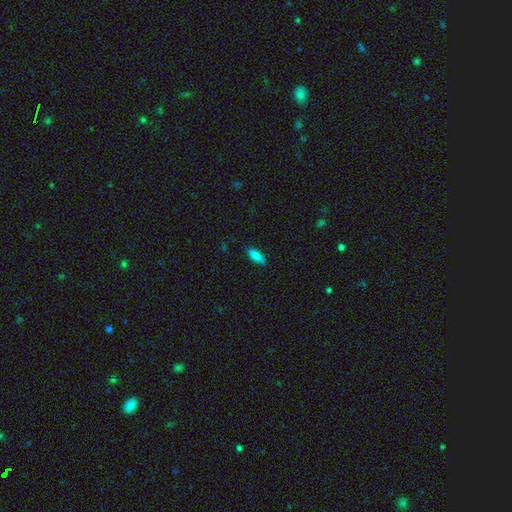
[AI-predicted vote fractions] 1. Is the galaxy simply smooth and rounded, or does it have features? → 84% smooth, 8% star or artifact, 8% featured or disk.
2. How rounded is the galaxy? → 58% in between, 40% cigar-shaped, 2% round.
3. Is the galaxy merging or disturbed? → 84% none, 13% minor disturbance, 2% major disturbance, 1% merger.